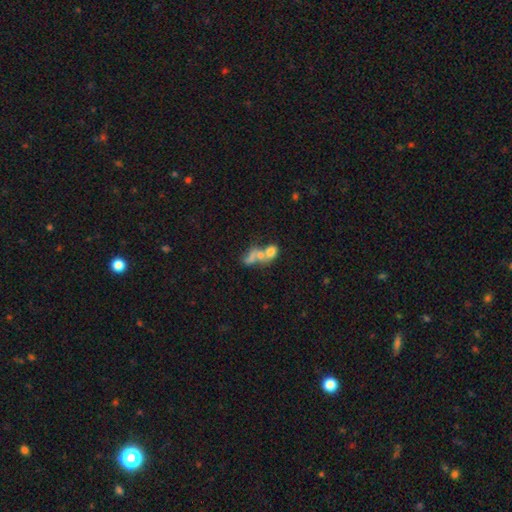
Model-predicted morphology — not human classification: This appears to be a smooth galaxy with no disk features (60%) that is in between round and cigar-shaped (70%). Merging: merger (66%).